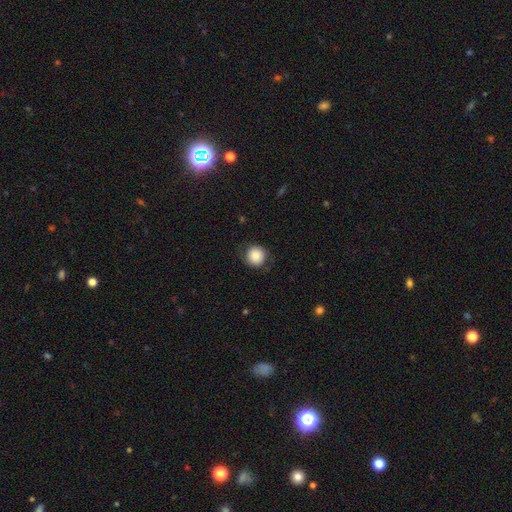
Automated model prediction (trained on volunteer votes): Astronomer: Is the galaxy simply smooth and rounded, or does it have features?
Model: smooth — 82%.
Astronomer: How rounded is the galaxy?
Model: round — 91%.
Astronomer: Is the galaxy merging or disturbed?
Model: none — 79%.